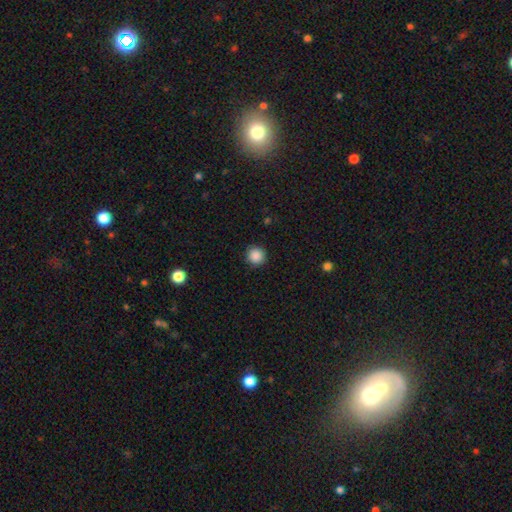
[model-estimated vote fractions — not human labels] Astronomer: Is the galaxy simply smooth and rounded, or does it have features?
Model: smooth — 88%.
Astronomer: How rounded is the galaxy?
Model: round — 95%.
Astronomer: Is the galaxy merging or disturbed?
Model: none — 91%.